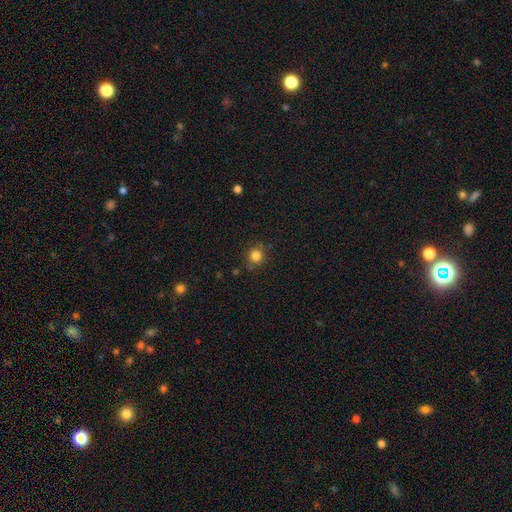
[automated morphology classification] A smooth galaxy with no disk features (82%) that is round (91%). Merging: none (82%).